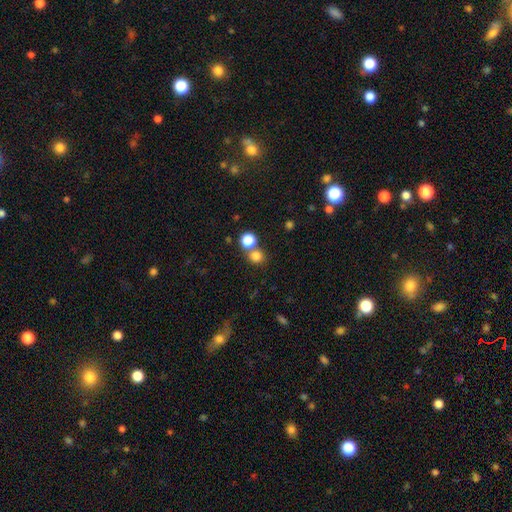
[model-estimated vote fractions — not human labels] A smooth galaxy with no disk features (79%) that is round (86%).

Vote fractions:
- Smooth or featured? smooth: 79% / star or artifact: 14% / featured or disk: 6%
- How rounded? round: 86% / in between: 13% / cigar-shaped: 1%
- Merging? none: 58% / merger: 33% / minor disturbance: 7% / major disturbance: 3%